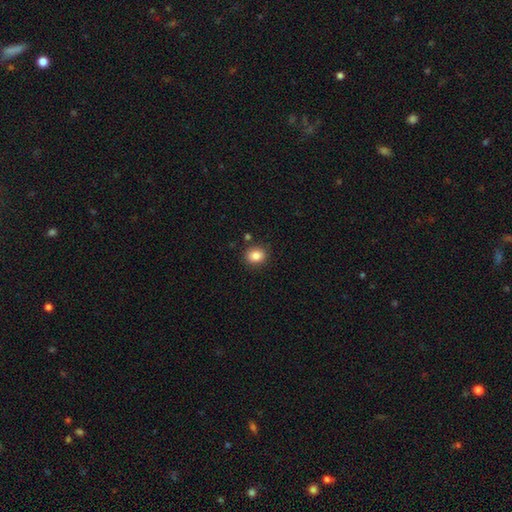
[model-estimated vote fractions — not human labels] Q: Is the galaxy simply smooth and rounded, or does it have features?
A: smooth — 85%.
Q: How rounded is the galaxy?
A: round — 64%.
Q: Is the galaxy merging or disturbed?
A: none — 86%.